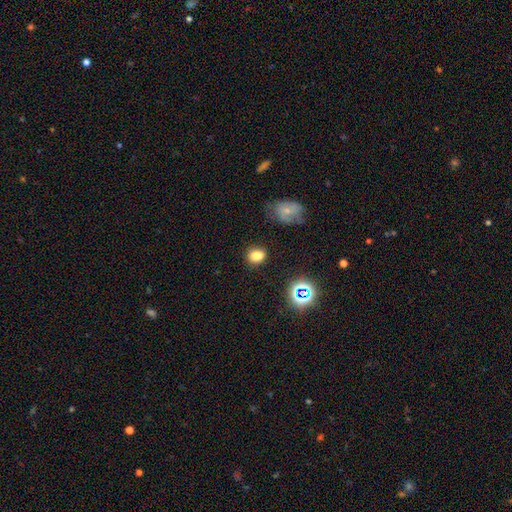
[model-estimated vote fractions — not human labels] Smooth or featured? Predicted: smooth (p=0.78). How rounded? Predicted: round (p=0.50). Merging? Predicted: none (p=0.82).